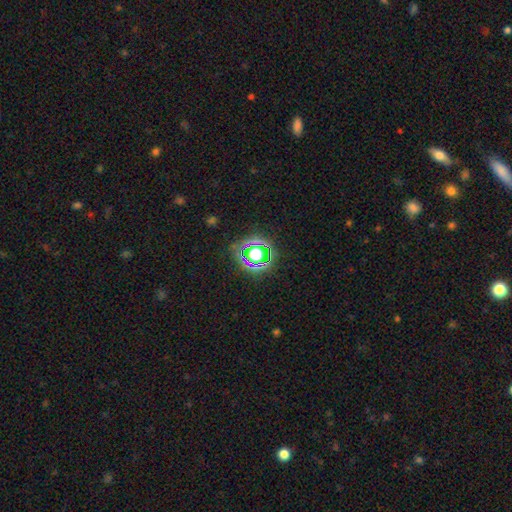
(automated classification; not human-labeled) smooth_or_featured: star or artifact (p=0.71) [alt: smooth p=0.20]